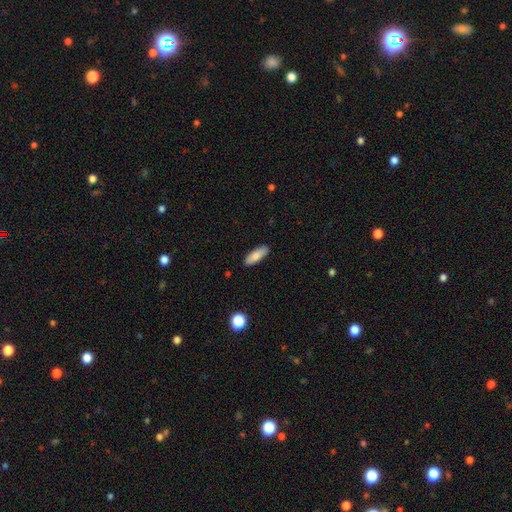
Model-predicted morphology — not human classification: This appears to be a smooth galaxy with no disk features (83%) that is in between round and cigar-shaped (63%). Merging: none (89%).